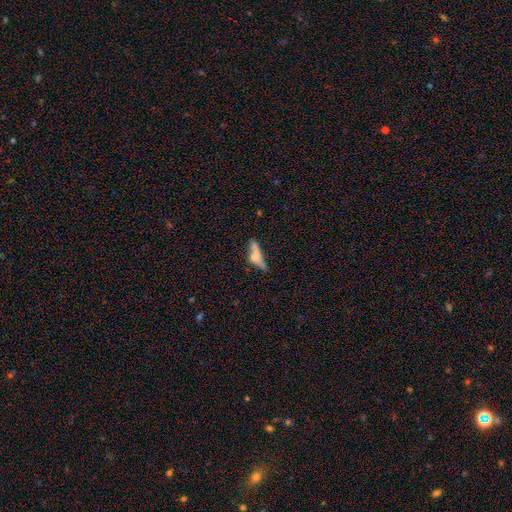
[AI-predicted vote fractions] This is possibly a smooth galaxy (54%). How rounded: likely cigar-shaped (63%). Merging: marginally none (37%).